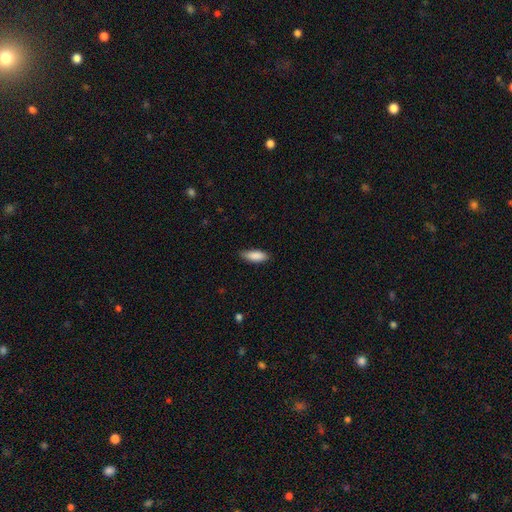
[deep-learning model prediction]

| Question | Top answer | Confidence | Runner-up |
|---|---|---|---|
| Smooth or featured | smooth | 88% | star or artifact (6%) |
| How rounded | in between | 72% | cigar-shaped (27%) |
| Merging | none | 76% | minor disturbance (20%) |